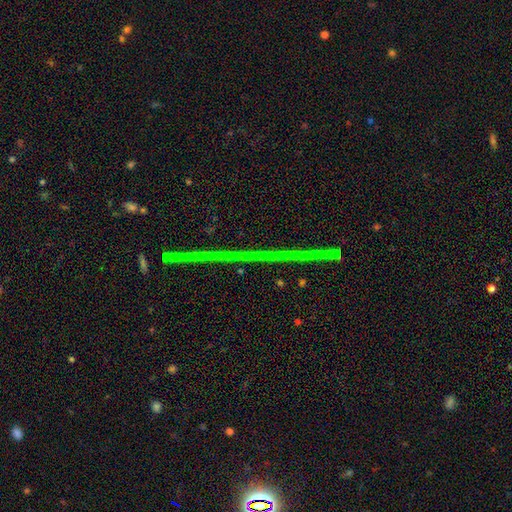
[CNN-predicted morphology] star or artifact 81%, featured or disk 13%, smooth 6%.